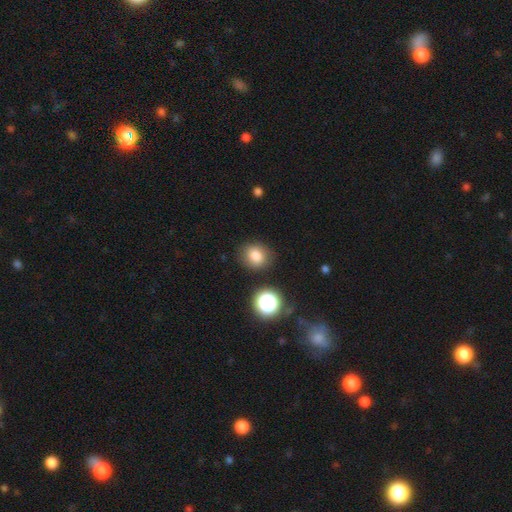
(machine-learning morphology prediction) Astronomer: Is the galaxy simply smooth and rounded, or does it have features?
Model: smooth — 80%.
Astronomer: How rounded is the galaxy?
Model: round — 72%.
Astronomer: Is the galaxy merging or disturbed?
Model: none — 85%.